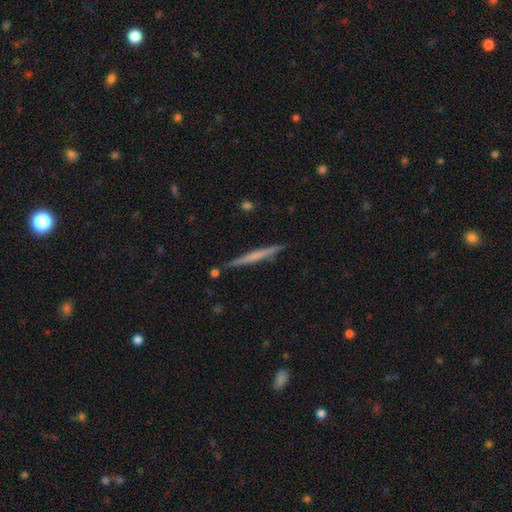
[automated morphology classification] A featured or disk galaxy (54%) viewed edge-on (98%) with no central bulge (69%). Merging: none (89%).